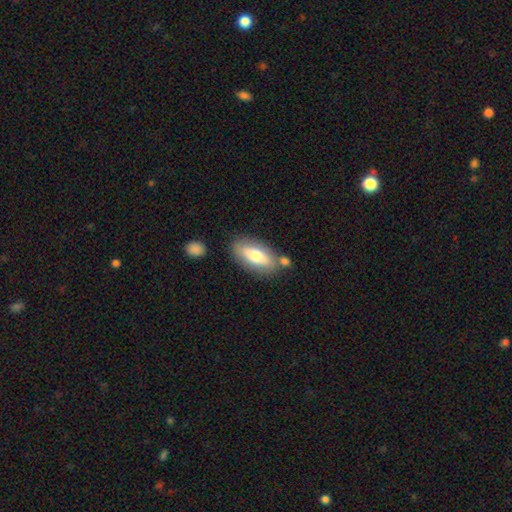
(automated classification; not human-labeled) This appears to be a smooth galaxy with no disk features (67%) that is in between round and cigar-shaped (85%). Merging: none (69%).